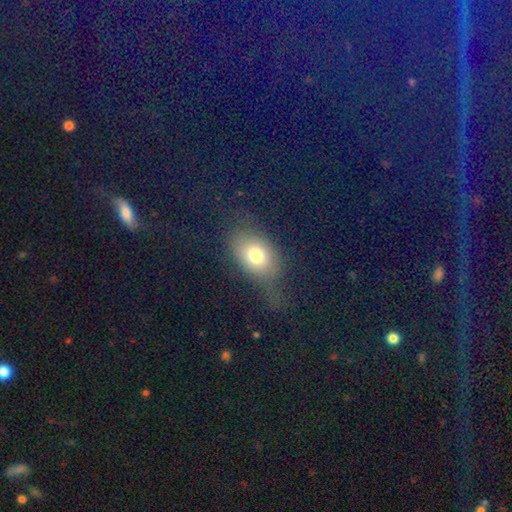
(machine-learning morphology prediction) smooth-or-featured: smooth: 74% | featured or disk: 15% | star or artifact: 11%
  how-rounded: in between: 76% | round: 21% | cigar-shaped: 2%
  merging: none: 53% | minor disturbance: 23% | major disturbance: 21% | merger: 2%